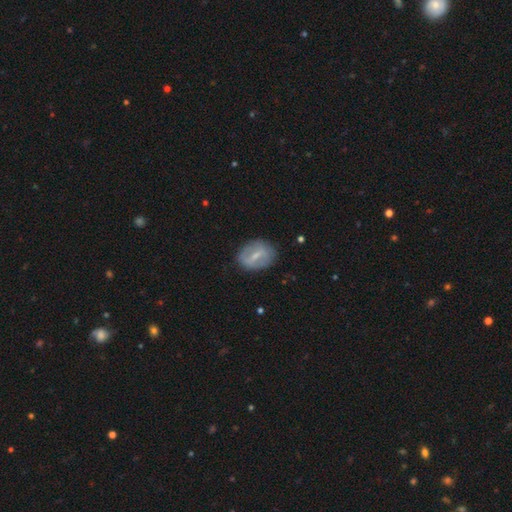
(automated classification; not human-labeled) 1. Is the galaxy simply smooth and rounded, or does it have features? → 52% featured or disk, 41% smooth, 7% star or artifact.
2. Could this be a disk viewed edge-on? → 91% no, 9% yes.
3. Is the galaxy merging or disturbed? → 79% none, 15% minor disturbance, 5% major disturbance, 1% merger.